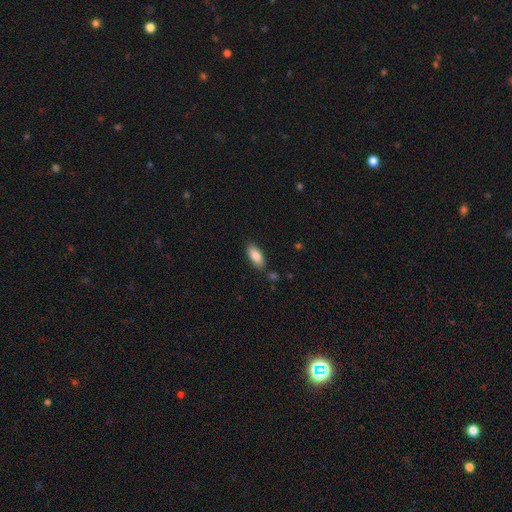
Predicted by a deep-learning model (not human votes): Smooth or featured? smooth (84%)
How rounded? in between (84%)
Merging? none (83%)